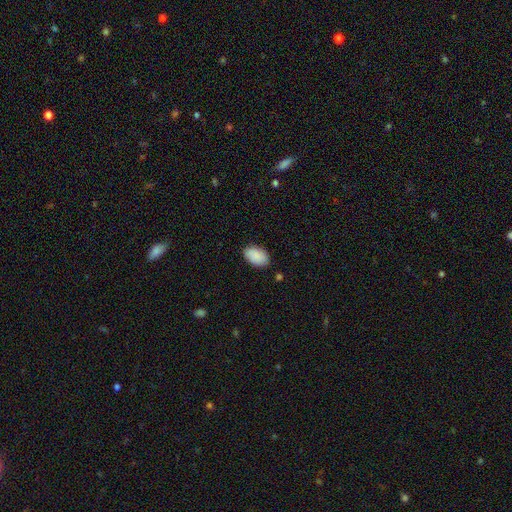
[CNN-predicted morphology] A smooth galaxy with no disk features (88%) that is in between round and cigar-shaped (92%). Merging: none (83%).